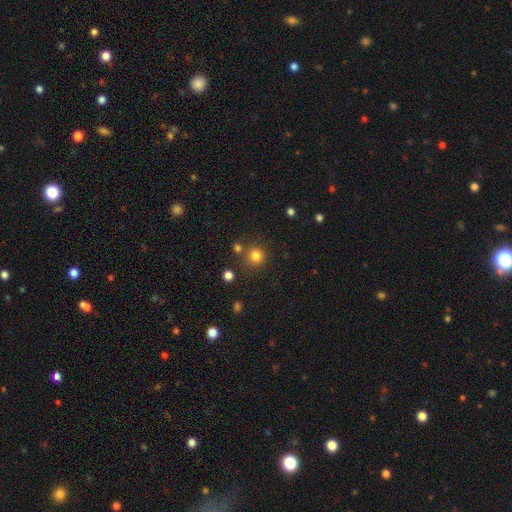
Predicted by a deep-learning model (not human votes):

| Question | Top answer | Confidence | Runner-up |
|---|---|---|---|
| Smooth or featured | smooth | 80% | star or artifact (15%) |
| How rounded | round | 93% | in between (6%) |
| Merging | none | 75% | merger (12%) |